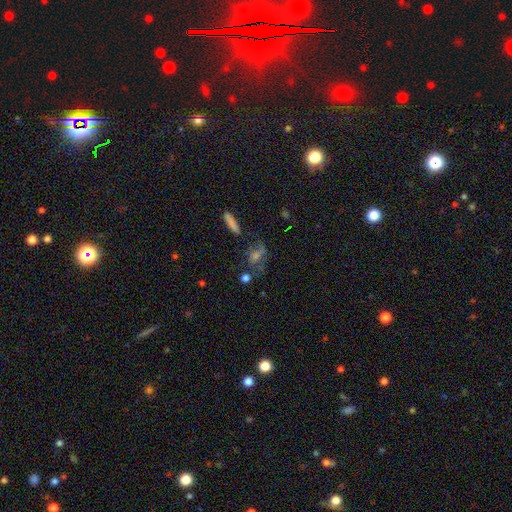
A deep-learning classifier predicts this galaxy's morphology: Smooth or featured: featured or disk — 40% (tied with smooth — 40%)
Merging: none — 52% (minor disturbance — 19%)